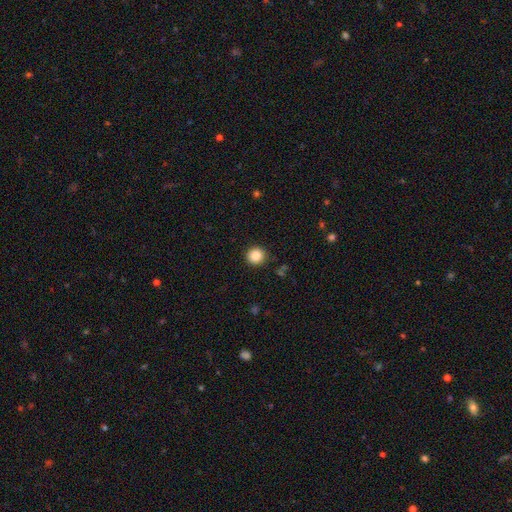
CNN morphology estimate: smooth 86%, star or artifact 10%, featured or disk 4%. Down the decision tree: how rounded — round (93%); merging — none (90%).